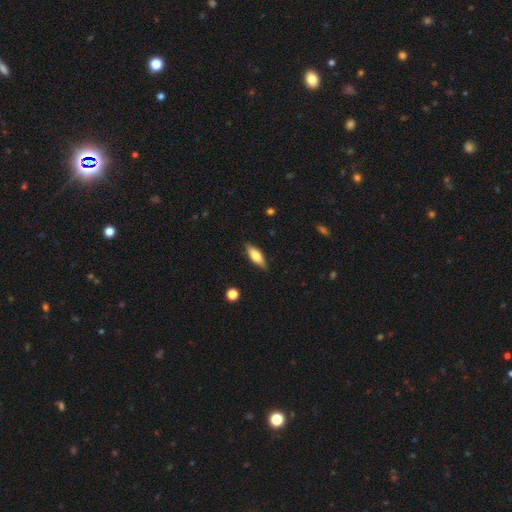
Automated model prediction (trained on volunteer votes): Morphology: type=smooth (64%); roundness=in between (62%); merging=none (85%).